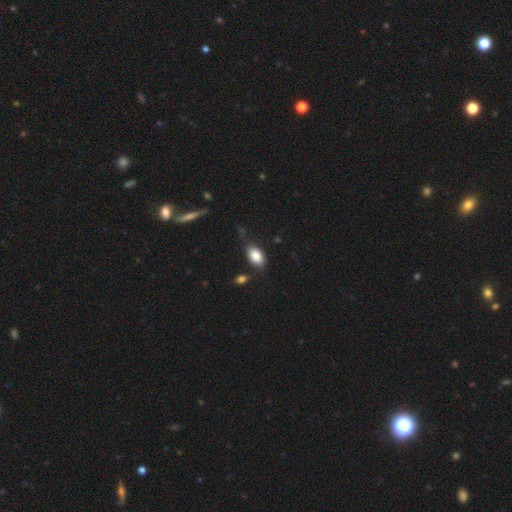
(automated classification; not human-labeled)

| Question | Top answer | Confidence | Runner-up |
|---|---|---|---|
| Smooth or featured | smooth | 85% | featured or disk (8%) |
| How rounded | in between | 91% | round (7%) |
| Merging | none | 69% | minor disturbance (20%) |